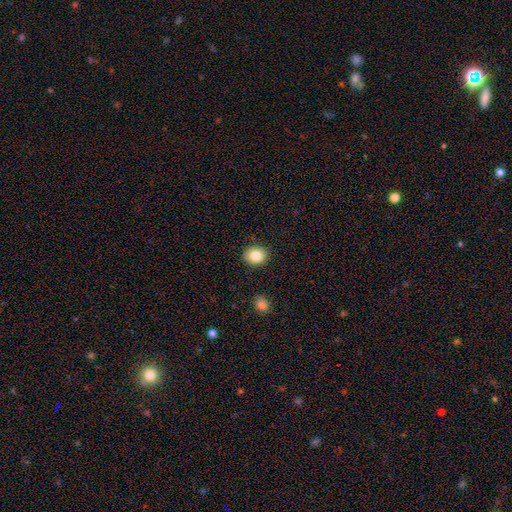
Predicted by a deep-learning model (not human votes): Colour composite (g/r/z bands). It shows a smooth galaxy with no disk features (84%) that is round (58%). Merging: none (89%).